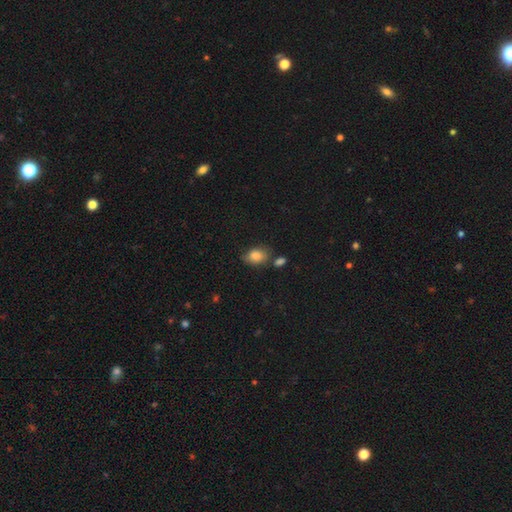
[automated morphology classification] A smooth galaxy with no disk features (85%) that is in between round and cigar-shaped (76%). Merging: none (60%).